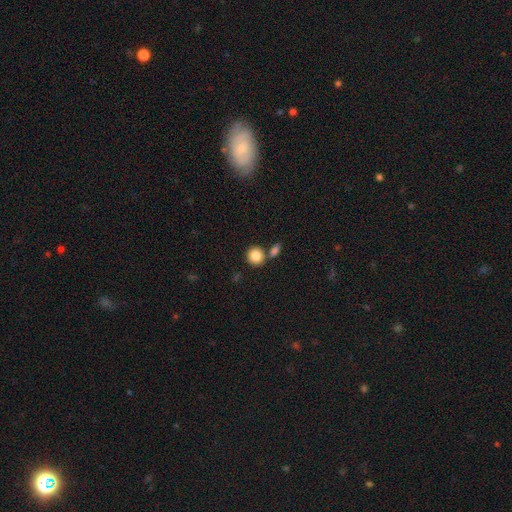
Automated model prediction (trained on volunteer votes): Smooth or featured? smooth (85%)
How rounded? round (86%)
Merging? none (67%)